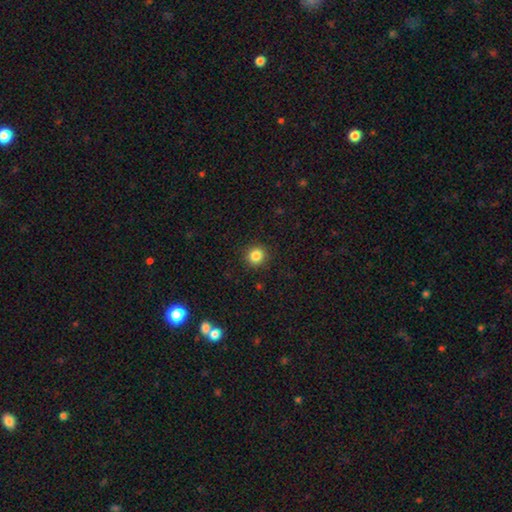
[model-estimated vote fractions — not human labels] This is clearly a smooth galaxy (85%). How rounded: clearly round (92%). Merging: clearly none (91%).